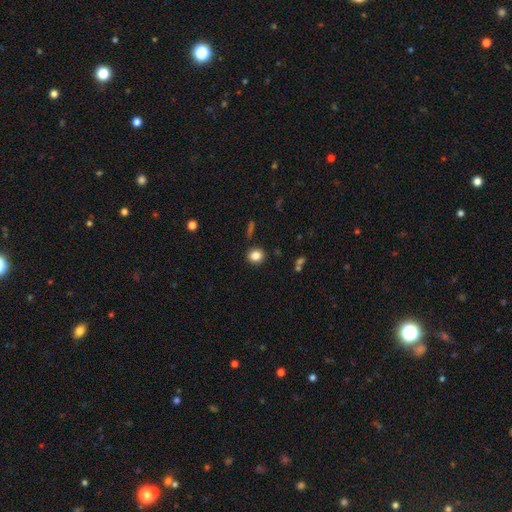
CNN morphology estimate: Overall: smooth (84%). How rounded: round (74%). Merging: none (88%).